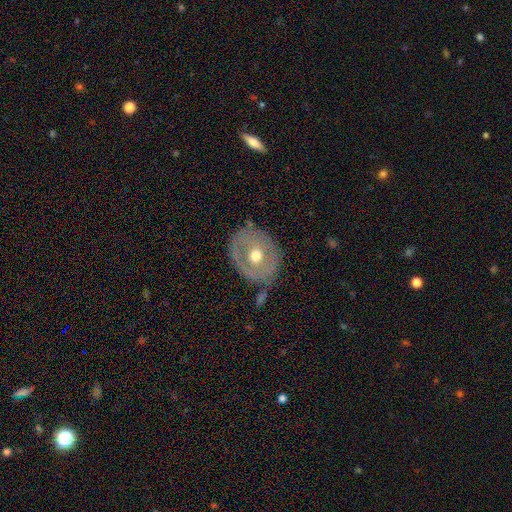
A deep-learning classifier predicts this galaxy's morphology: Smooth or featured?
  - featured or disk: 54% *
  - smooth: 40%
  - star or artifact: 6%
Edge-on disk?
  - no: 93% *
  - yes: 7%
Merging?
  - none: 72% *
  - minor disturbance: 17%
  - major disturbance: 7%
  - merger: 4%